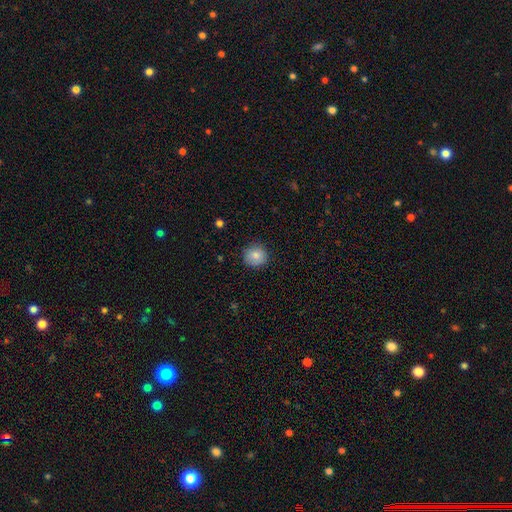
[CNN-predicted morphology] This is clearly a smooth galaxy (83%). How rounded: clearly round (93%). Merging: clearly none (88%).